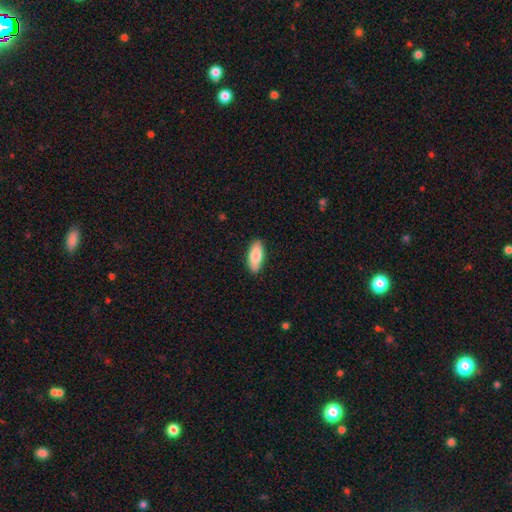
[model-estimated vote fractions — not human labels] This appears to be a smooth galaxy with no disk features (84%) that is in between round and cigar-shaped (82%). Merging: none (88%).